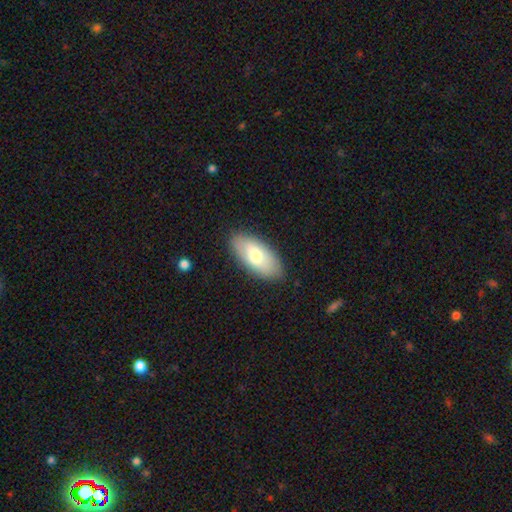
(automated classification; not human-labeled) Overall: smooth (70%). How rounded: in between (91%). Merging: none (87%).